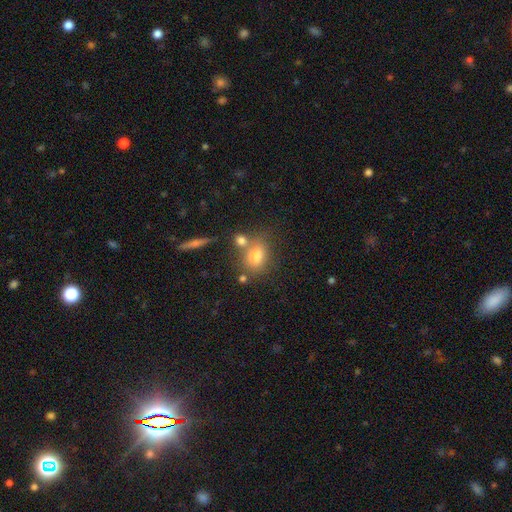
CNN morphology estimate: Smooth or featured?
  - smooth: 74% *
  - featured or disk: 13%
  - star or artifact: 12%
How rounded?
  - in between: 59% *
  - round: 39%
  - cigar-shaped: 3%
Merging?
  - none: 58% *
  - merger: 22%
  - minor disturbance: 14%
  - major disturbance: 5%